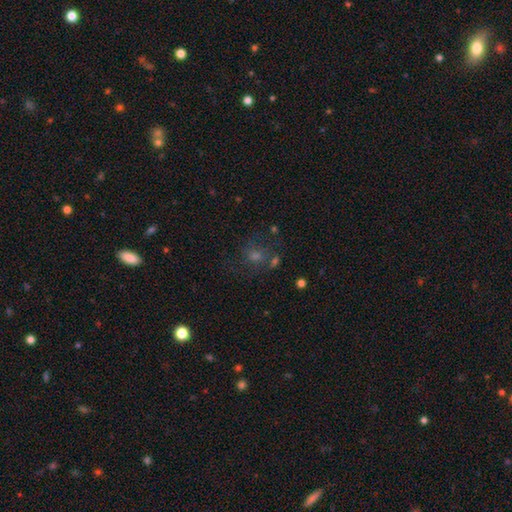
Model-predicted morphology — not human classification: A smooth galaxy with no disk features (39%).

Vote fractions:
- Smooth or featured? smooth: 39% / star or artifact: 36% / featured or disk: 25%
- Merging? none: 63% / minor disturbance: 15% / major disturbance: 13% / merger: 10%